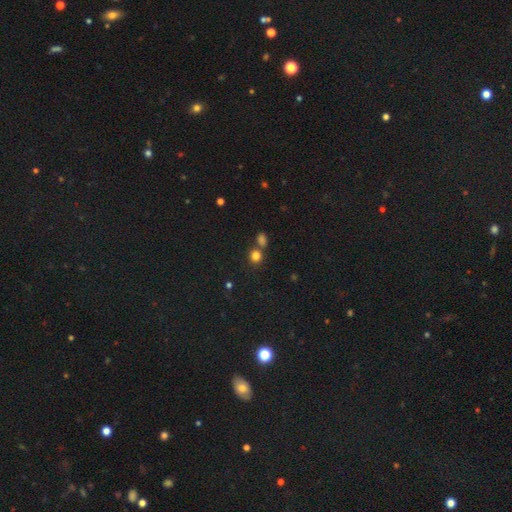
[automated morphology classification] Smooth or featured: smooth — 78% (star or artifact — 16%)
How rounded: round — 82% (in between — 17%)
Merging: none — 63% (merger — 26%)